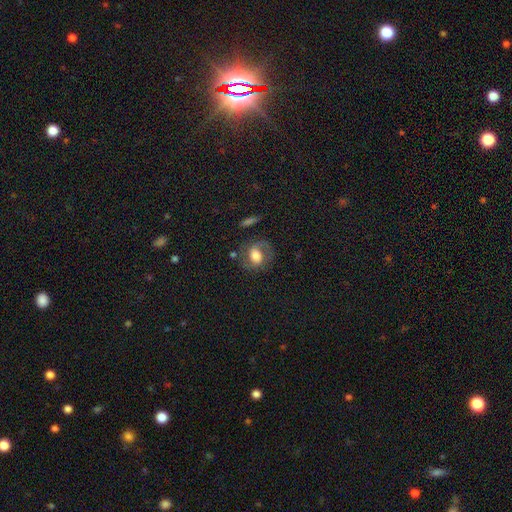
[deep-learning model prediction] Smooth or featured?
  - featured or disk: 53% *
  - smooth: 38%
  - star or artifact: 9%
Edge-on disk?
  - no: 96% *
  - yes: 4%
Bar?
  - no: 46% *
  - weak: 38%
  - strong: 16%
Spiral arms?
  - yes: 81% *
  - no: 19%
Bulge size?
  - large: 45% *
  - moderate: 38%
  - small: 8%
  - dominant: 6%
  - none: 3%
Merging?
  - none: 63% *
  - minor disturbance: 20%
  - major disturbance: 14%
  - merger: 3%